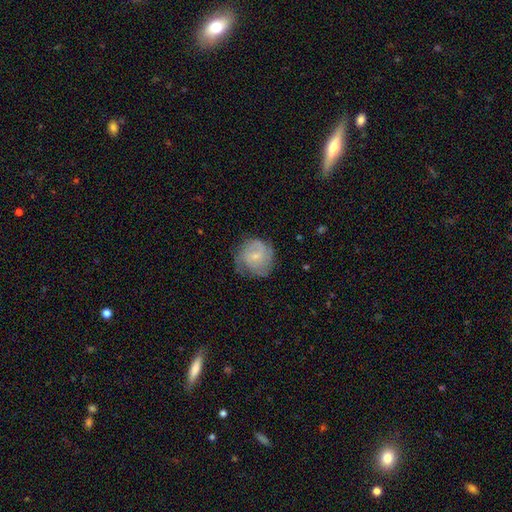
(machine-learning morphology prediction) smooth_or_featured: featured or disk (p=0.52) [alt: smooth p=0.40]
disk_edge_on: no (p=0.98) [alt: yes p=0.02]
bar: no (p=0.60) [alt: weak p=0.35]
has_spiral_arms: yes (p=0.82) [alt: no p=0.18]
bulge_size: small (p=0.70) [alt: moderate p=0.22]
merging: none (p=0.64) [alt: minor disturbance p=0.24]